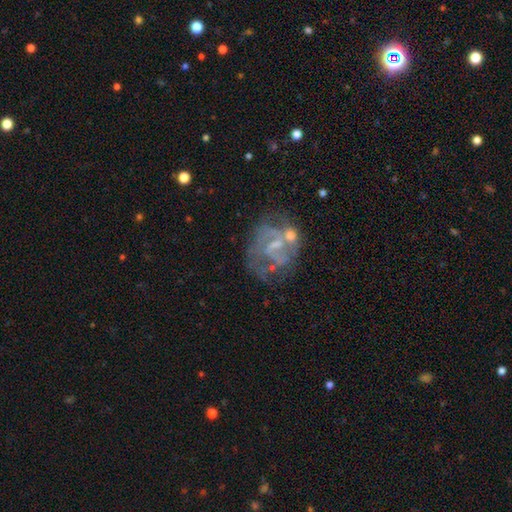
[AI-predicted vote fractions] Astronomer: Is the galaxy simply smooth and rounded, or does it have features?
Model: featured or disk — 66%.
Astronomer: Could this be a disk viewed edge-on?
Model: no — 97%.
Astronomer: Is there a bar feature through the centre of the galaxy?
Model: no — 59%.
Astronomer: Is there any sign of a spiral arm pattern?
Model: yes — 55% (runner-up: no, 45%).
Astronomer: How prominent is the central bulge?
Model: small — 58%.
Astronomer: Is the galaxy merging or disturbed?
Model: none — 57%.